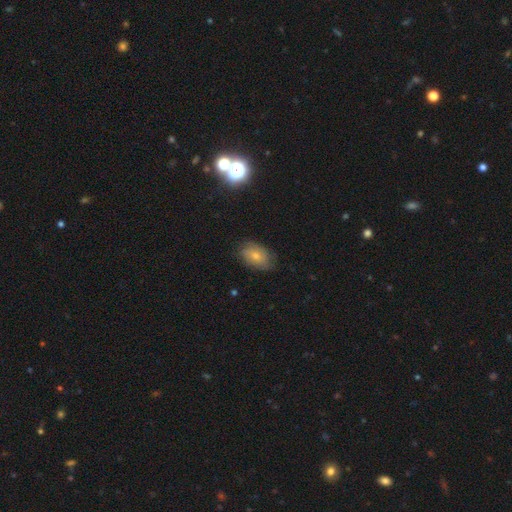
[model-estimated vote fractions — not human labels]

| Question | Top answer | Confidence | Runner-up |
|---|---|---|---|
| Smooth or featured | smooth | 69% | featured or disk (23%) |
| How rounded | in between | 86% | round (13%) |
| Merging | none | 76% | minor disturbance (19%) |